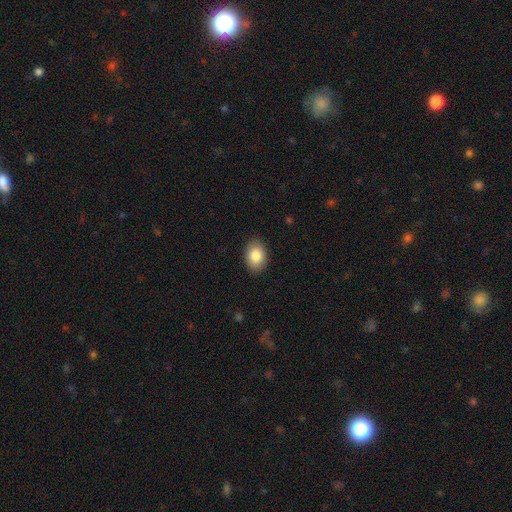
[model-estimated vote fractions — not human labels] Smooth or featured?
  - smooth: 84% *
  - featured or disk: 8%
  - star or artifact: 8%
How rounded?
  - in between: 80% *
  - round: 19%
  - cigar-shaped: 1%
Merging?
  - none: 89% *
  - minor disturbance: 8%
  - major disturbance: 2%
  - merger: 1%